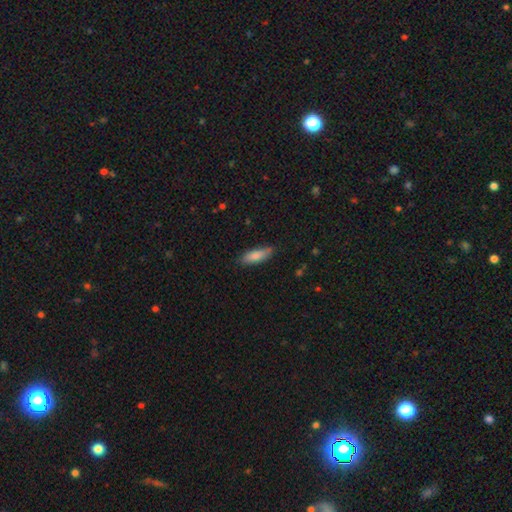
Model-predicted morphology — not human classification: smooth_or_featured: smooth (p=0.82) [alt: featured or disk p=0.12]
how_rounded: in between (p=0.53) [alt: cigar-shaped p=0.46]
merging: none (p=0.79) [alt: minor disturbance p=0.16]